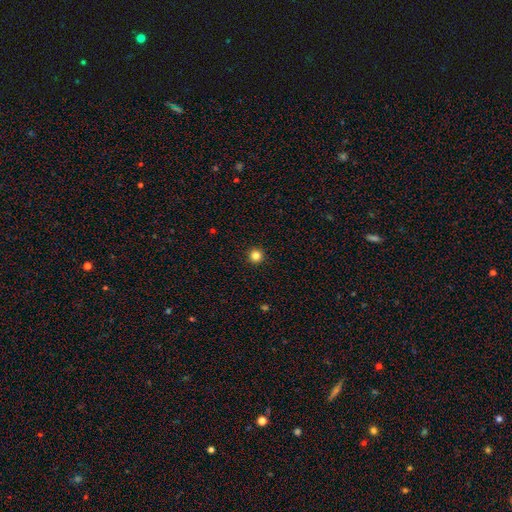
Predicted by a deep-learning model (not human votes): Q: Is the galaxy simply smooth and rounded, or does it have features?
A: smooth — 83%.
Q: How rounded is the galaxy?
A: round — 96%.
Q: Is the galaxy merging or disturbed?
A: none — 94%.